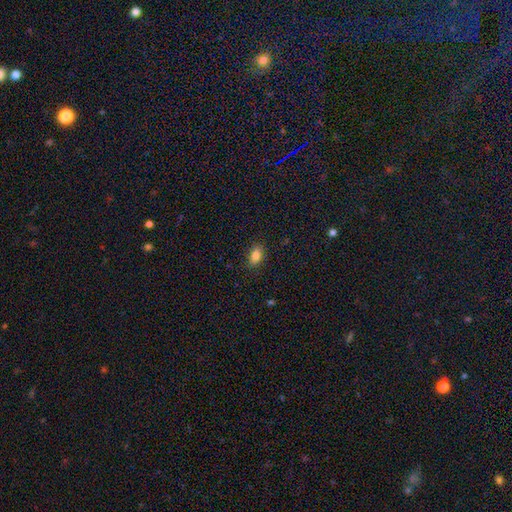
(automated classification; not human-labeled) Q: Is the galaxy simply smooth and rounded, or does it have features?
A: smooth — 84%.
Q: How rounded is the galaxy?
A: in between — 86%.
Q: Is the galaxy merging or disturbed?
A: none — 84%.